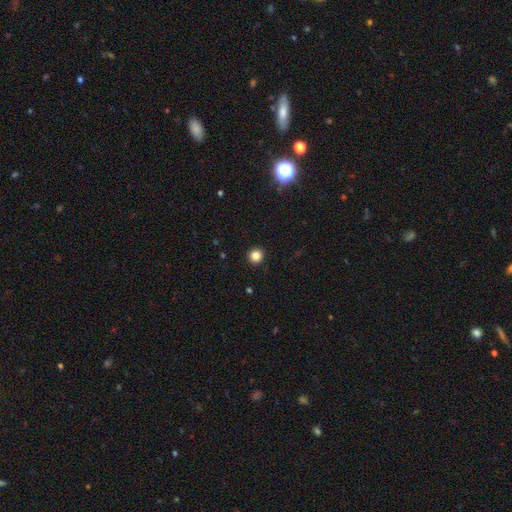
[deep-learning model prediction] smooth 85%, star or artifact 12%, featured or disk 4%. Down the decision tree: how rounded — round (95%); merging — none (93%).